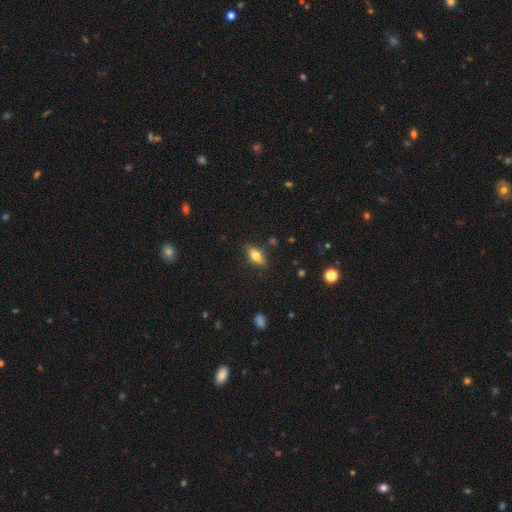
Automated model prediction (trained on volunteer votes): Smooth or featured: smooth — 63% (featured or disk — 28%)
How rounded: in between — 75% (cigar-shaped — 19%)
Merging: none — 83% (minor disturbance — 12%)